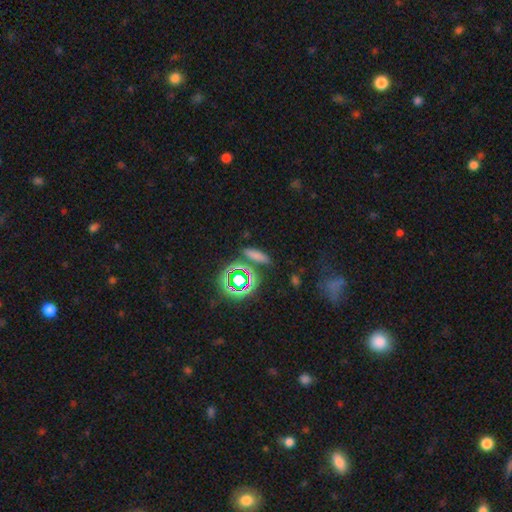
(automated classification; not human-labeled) Overall: smooth (64%; star or artifact 24%). How rounded: cigar-shaped (53%; in between 34%). Merging: none (80%).